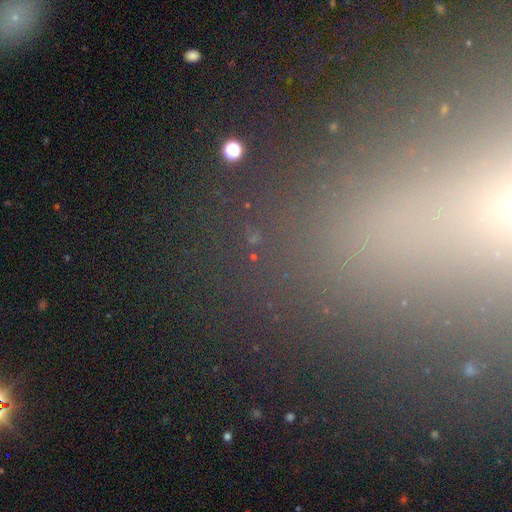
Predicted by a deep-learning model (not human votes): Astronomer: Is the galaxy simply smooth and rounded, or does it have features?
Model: star or artifact — 68%.